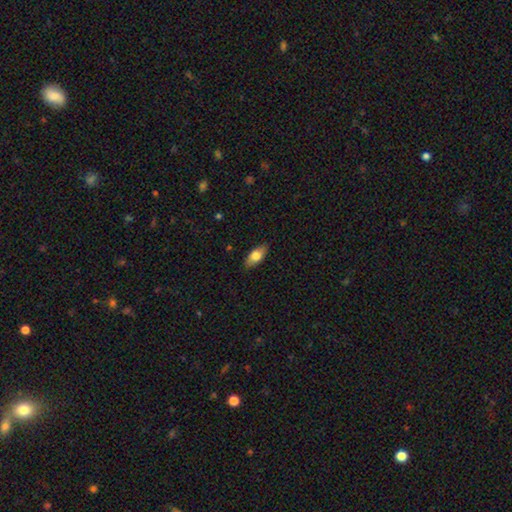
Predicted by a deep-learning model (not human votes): smooth-or-featured: smooth: 73% | featured or disk: 21% | star or artifact: 7%
  how-rounded: in between: 85% | cigar-shaped: 11% | round: 4%
  merging: none: 86% | minor disturbance: 11% | major disturbance: 2% | merger: 1%